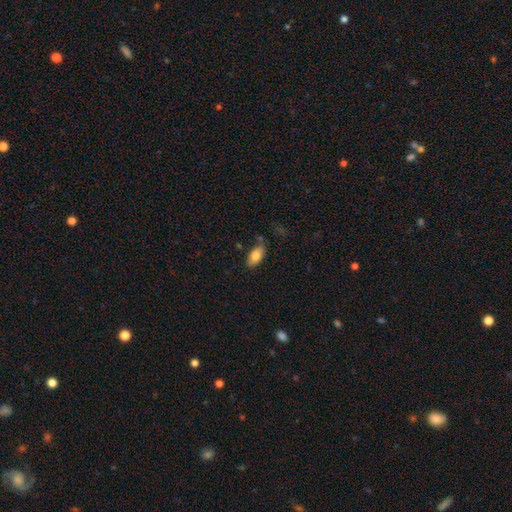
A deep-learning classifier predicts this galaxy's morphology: This is clearly a smooth galaxy (80%). How rounded: clearly in between (92%). Merging: likely none (77%).